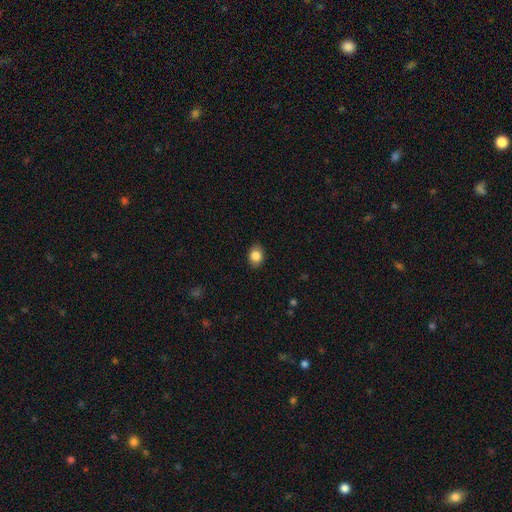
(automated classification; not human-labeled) The model was most divided on "how rounded": in between: 61%, round: 38%, cigar-shaped: 1%. More confident: merging — none (87%); smooth or featured — smooth (85%).